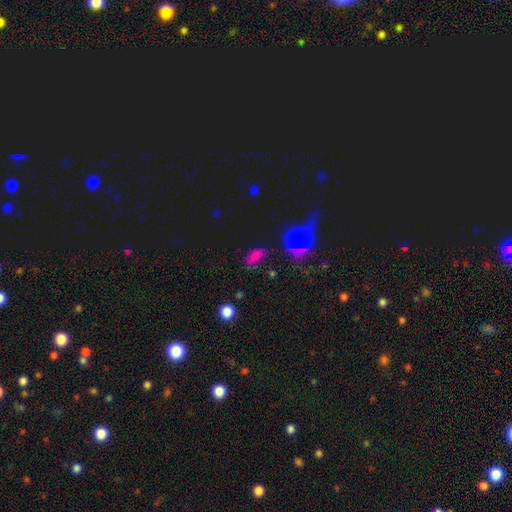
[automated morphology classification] Q: Smooth or featured?
A: smooth (69%); runner-up: star or artifact (23%)
Q: How rounded?
A: in between (81%); runner-up: round (11%)
Q: Merging?
A: none (64%); runner-up: minor disturbance (21%)